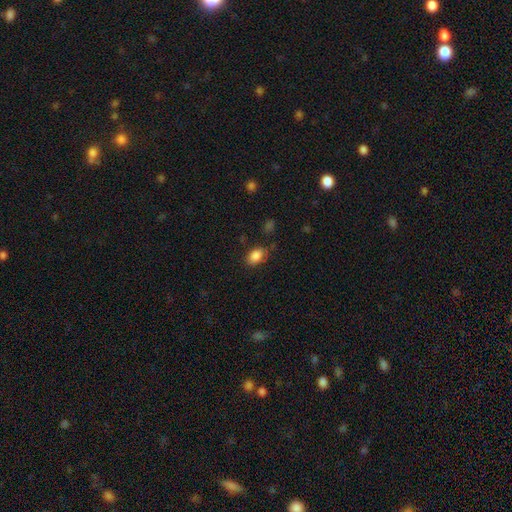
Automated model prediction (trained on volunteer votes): smooth-or-featured: smooth: 86% | star or artifact: 9% | featured or disk: 5%
  how-rounded: in between: 84% | round: 15% | cigar-shaped: 1%
  merging: none: 76% | minor disturbance: 17% | major disturbance: 4% | merger: 2%